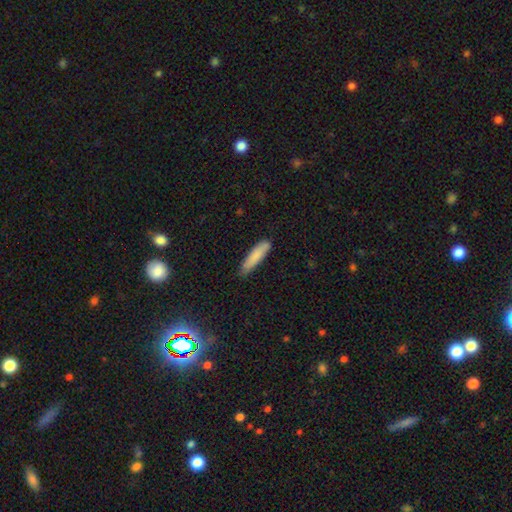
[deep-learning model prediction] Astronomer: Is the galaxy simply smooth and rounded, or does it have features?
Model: smooth — 84%.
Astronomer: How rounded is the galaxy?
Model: cigar-shaped — 77%.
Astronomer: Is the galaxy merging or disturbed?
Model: none — 74%.